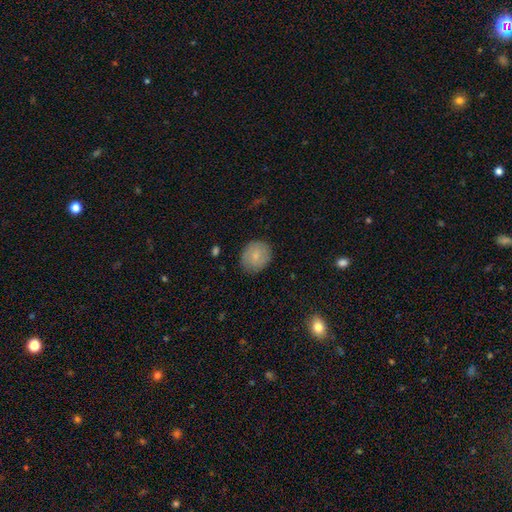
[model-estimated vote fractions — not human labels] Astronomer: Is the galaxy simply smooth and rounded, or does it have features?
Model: smooth — 78%.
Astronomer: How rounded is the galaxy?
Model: round — 74%.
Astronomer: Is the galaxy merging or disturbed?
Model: none — 84%.